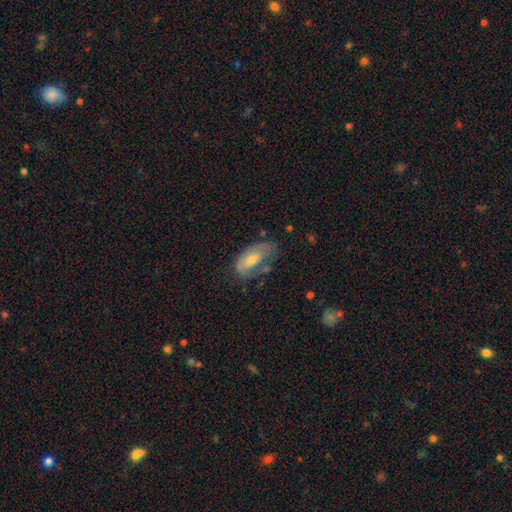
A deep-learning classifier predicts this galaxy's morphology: A smooth galaxy with no disk features (56%) that is in between round and cigar-shaped (89%). Merging: none (36%).